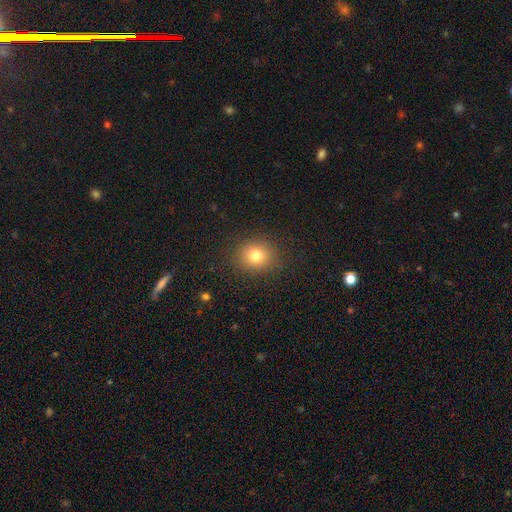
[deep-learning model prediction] This is likely a smooth galaxy (79%). How rounded: likely round (72%). Merging: clearly none (88%).